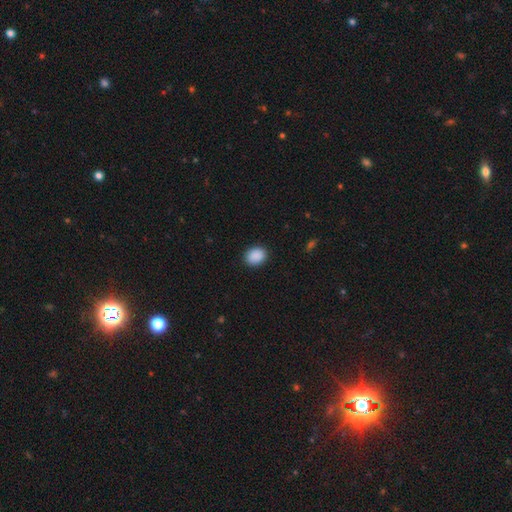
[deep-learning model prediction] smooth-or-featured: smooth: 90% | star or artifact: 7% | featured or disk: 2%
  how-rounded: in between: 52% | round: 47% | cigar-shaped: 1%
  merging: none: 90% | minor disturbance: 7% | major disturbance: 2% | merger: 1%